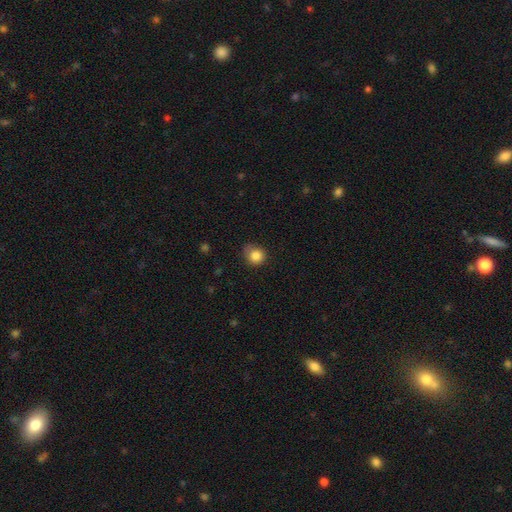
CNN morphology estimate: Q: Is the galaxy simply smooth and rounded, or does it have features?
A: smooth — 84%.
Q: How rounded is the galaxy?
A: round — 82%.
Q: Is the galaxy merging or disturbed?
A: none — 60%.